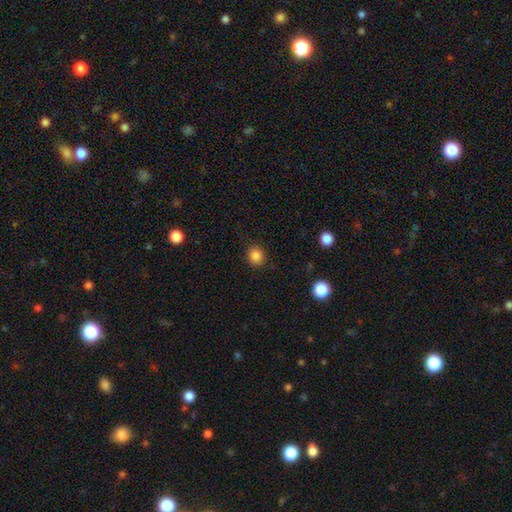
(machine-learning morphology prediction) smooth 85%, star or artifact 11%, featured or disk 3%. Down the decision tree: how rounded — round (84%); merging — none (89%).